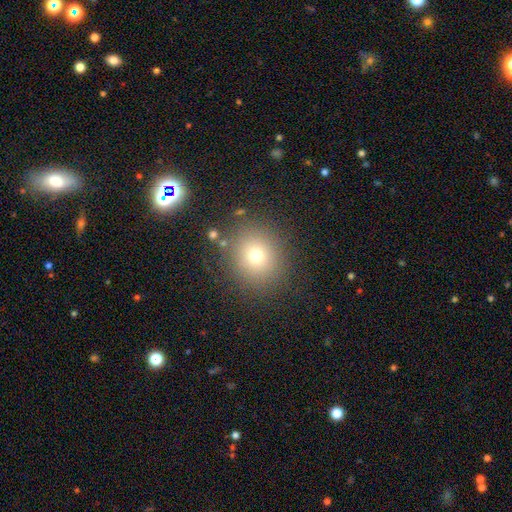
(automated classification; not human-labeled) Morphology: type=smooth (72%); roundness=round (85%); merging=none (84%).